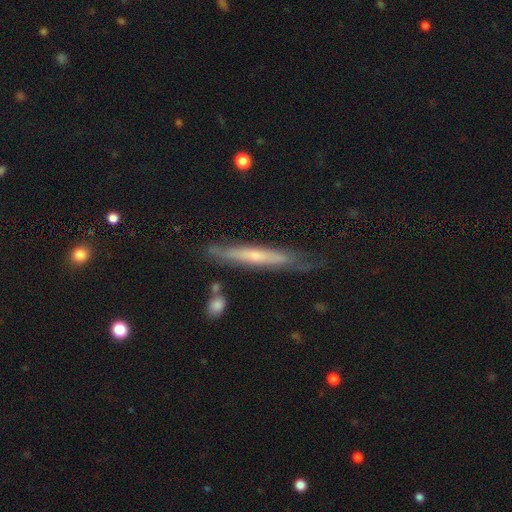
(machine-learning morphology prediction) Overall: featured or disk (57%; smooth 37%). Edge-on disk: yes (84%). Merging: none (69%).